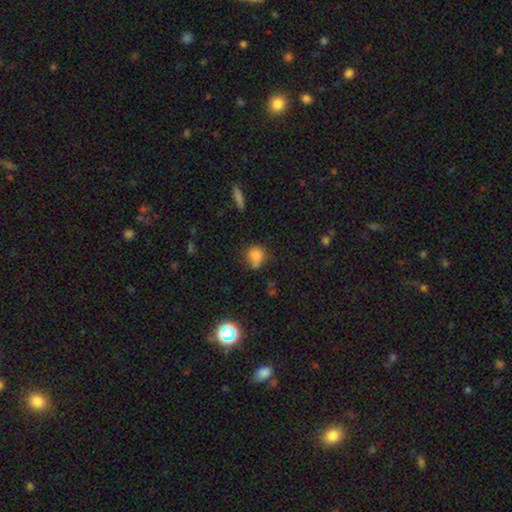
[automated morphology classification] A smooth galaxy with no disk features (78%) that is round (69%).

Vote fractions:
- Smooth or featured? smooth: 78% / star or artifact: 13% / featured or disk: 9%
- How rounded? round: 69% / in between: 29% / cigar-shaped: 2%
- Merging? none: 51% / minor disturbance: 29% / major disturbance: 11% / merger: 10%